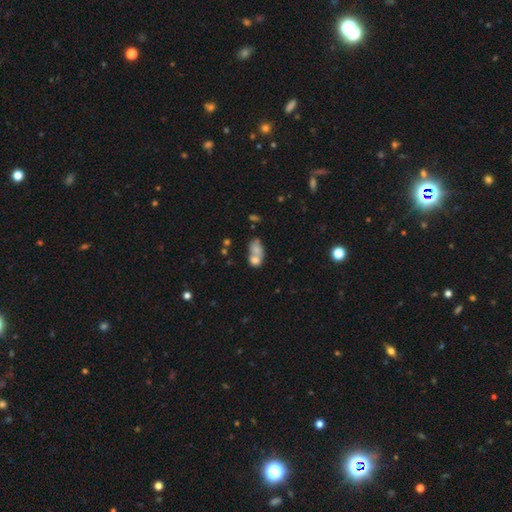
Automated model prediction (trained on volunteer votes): Morphology: type=smooth (70%); roundness=in between (69%); merging=merger (67%).